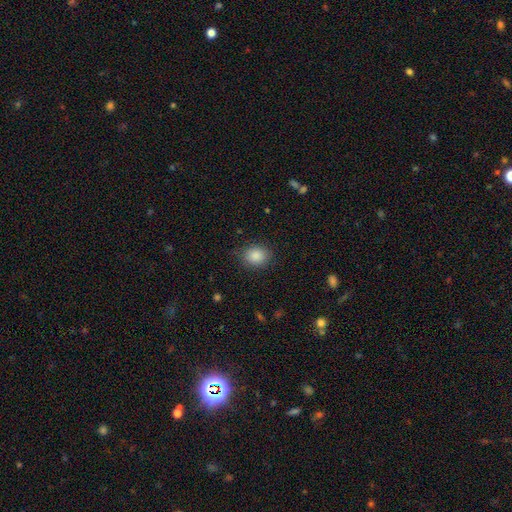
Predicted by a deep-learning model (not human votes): This appears to be a smooth galaxy with no disk features (87%) that is round (57%). Merging: none (83%).